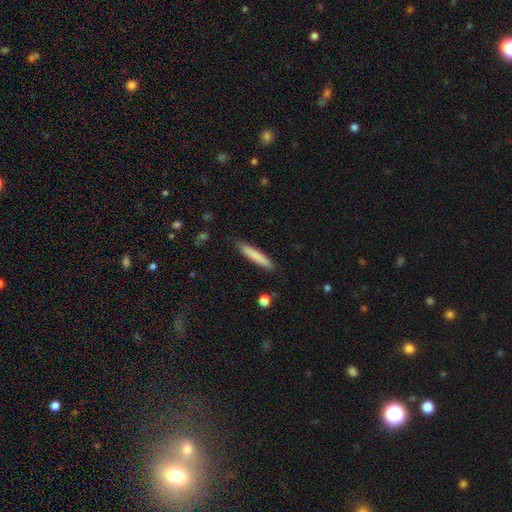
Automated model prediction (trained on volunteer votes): Overall: smooth (80%). How rounded: cigar-shaped (93%). Merging: none (88%).